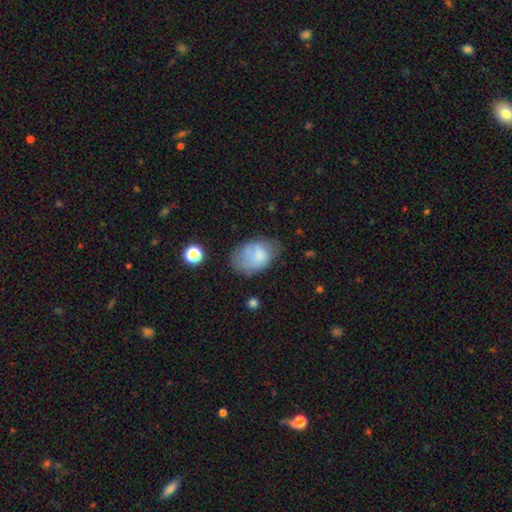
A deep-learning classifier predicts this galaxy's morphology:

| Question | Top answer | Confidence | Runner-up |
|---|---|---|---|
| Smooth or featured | smooth | 73% | featured or disk (18%) |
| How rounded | in between | 83% | round (16%) |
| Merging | none | 49% | minor disturbance (31%) |